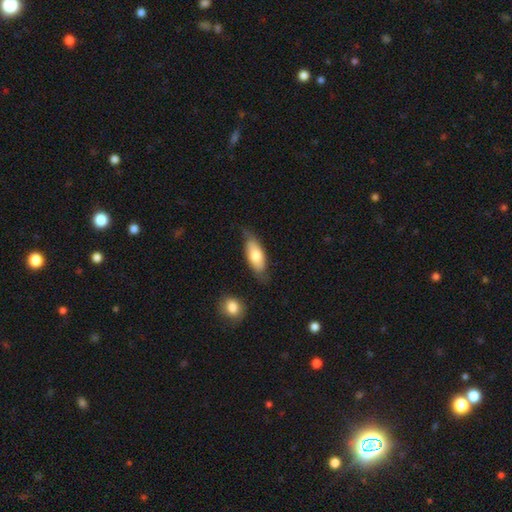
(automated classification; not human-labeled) Smooth or featured?
  - smooth: 69% *
  - featured or disk: 25%
  - star or artifact: 6%
How rounded?
  - in between: 78% *
  - cigar-shaped: 19%
  - round: 2%
Merging?
  - none: 65% *
  - minor disturbance: 25%
  - major disturbance: 6%
  - merger: 3%